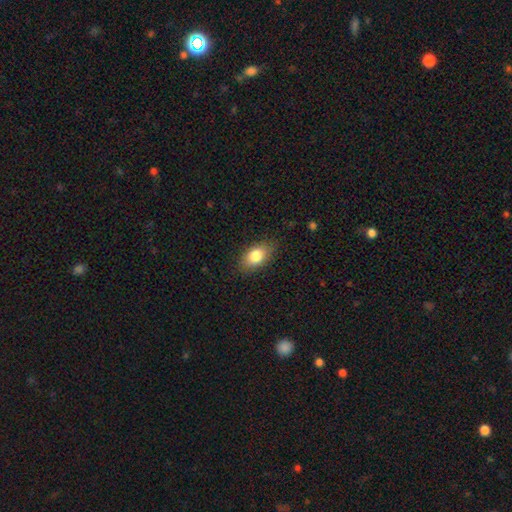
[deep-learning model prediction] A smooth galaxy with no disk features (81%) that is in between round and cigar-shaped (87%). Merging: none (82%).